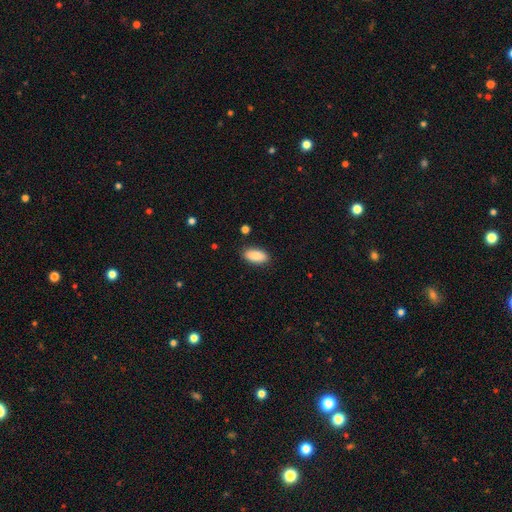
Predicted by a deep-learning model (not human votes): This appears to be a smooth galaxy with no disk features (88%) that is in between round and cigar-shaped (91%). Merging: none (87%).